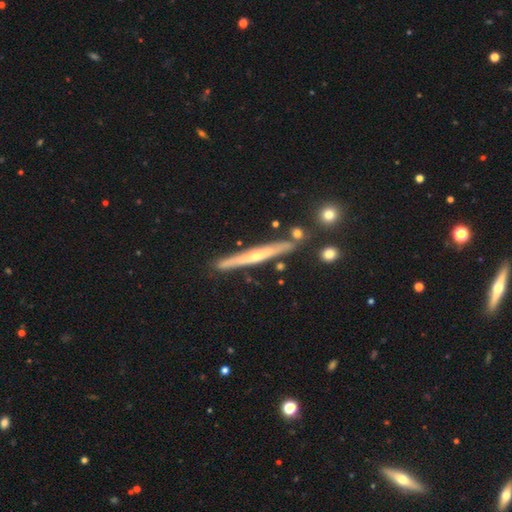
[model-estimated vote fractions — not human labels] featured or disk 73%, smooth 21%, star or artifact 6%. Down the decision tree: edge-on disk — yes (95%); edge-on bulge — rounded (66%); merging — none (84%).